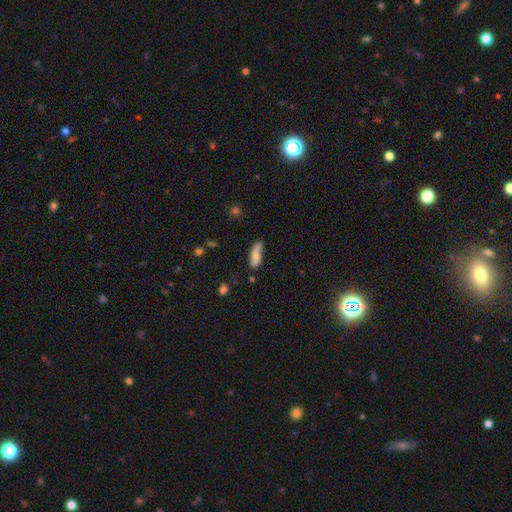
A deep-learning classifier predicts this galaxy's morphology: The model was most divided on "merging": none: 57%, minor disturbance: 29%, major disturbance: 8%, merger: 5%. More confident: smooth or featured — smooth (68%); how rounded — in between (68%).